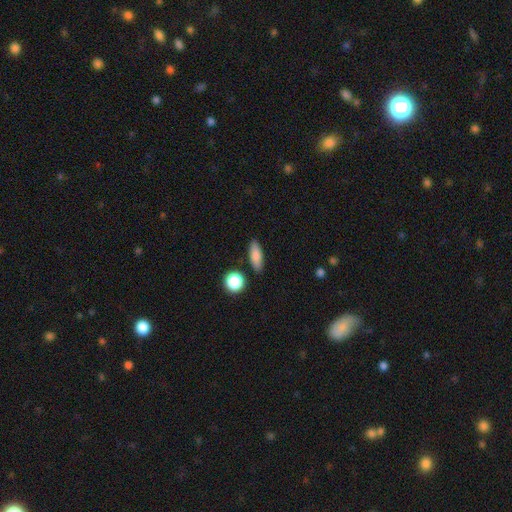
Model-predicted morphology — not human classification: smooth 82%, featured or disk 10%, star or artifact 8%. Down the decision tree: how rounded — in between (64%); merging — none (85%).